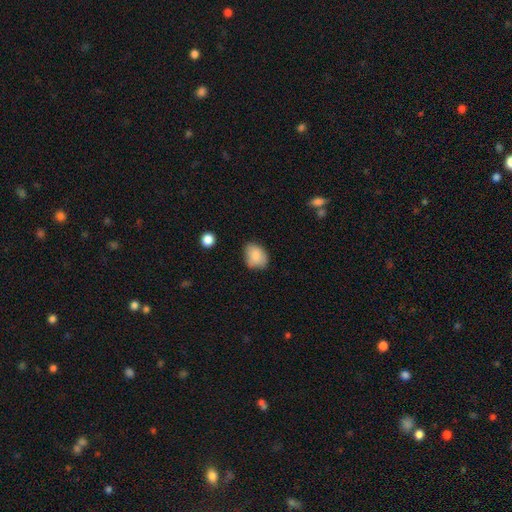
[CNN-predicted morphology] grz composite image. It shows a smooth galaxy with no disk features (83%) that is in between round and cigar-shaped (65%). Merging: none (66%).